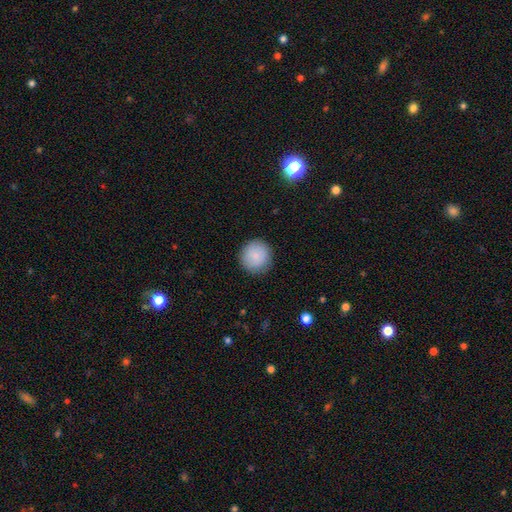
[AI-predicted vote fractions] This appears to be a smooth galaxy with no disk features (87%) that is round (93%). Merging: none (88%).